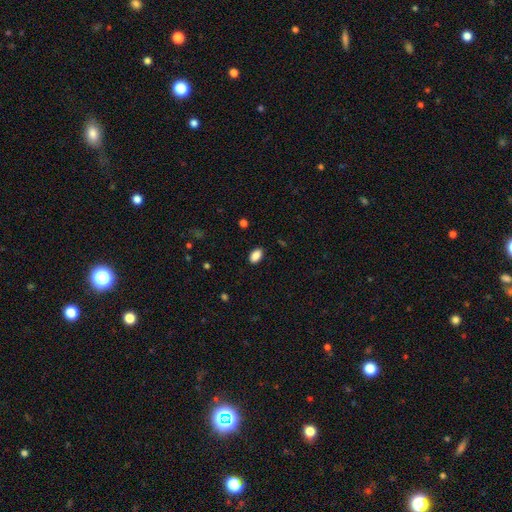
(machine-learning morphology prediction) Smooth or featured?
  - smooth: 88% *
  - star or artifact: 8%
  - featured or disk: 4%
How rounded?
  - in between: 91% *
  - round: 7%
  - cigar-shaped: 2%
Merging?
  - none: 87% *
  - minor disturbance: 10%
  - major disturbance: 2%
  - merger: 1%